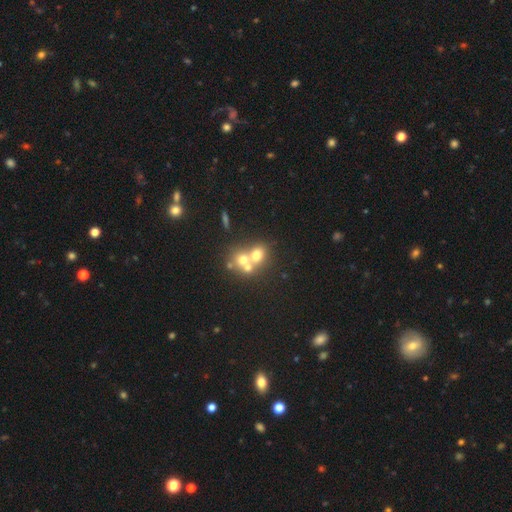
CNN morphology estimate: Smooth or featured? Predicted: smooth (p=0.54). How rounded? Predicted: round (p=0.74). Merging? Predicted: merger (p=0.55).